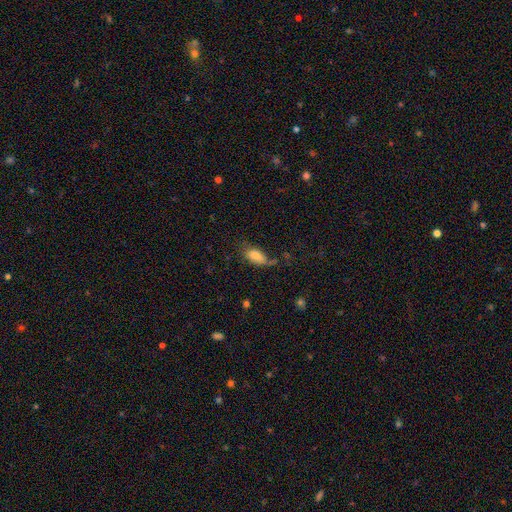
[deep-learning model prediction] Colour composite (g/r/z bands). It shows a smooth galaxy with no disk features (79%) that is in between round and cigar-shaped (90%). Merging: none (44%).